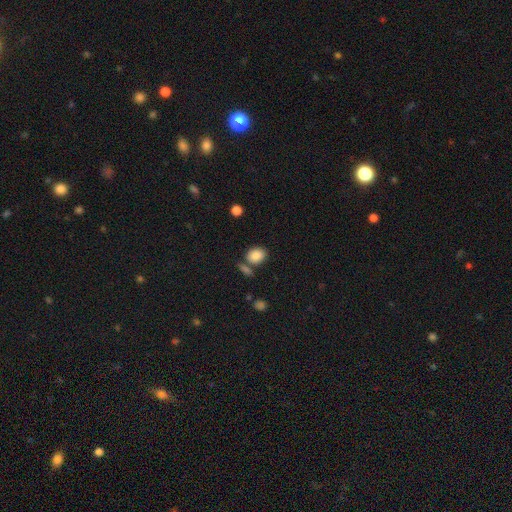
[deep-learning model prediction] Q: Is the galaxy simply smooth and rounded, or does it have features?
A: smooth — 86%.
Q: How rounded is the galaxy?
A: in between — 67%.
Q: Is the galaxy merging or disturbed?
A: none — 65%.